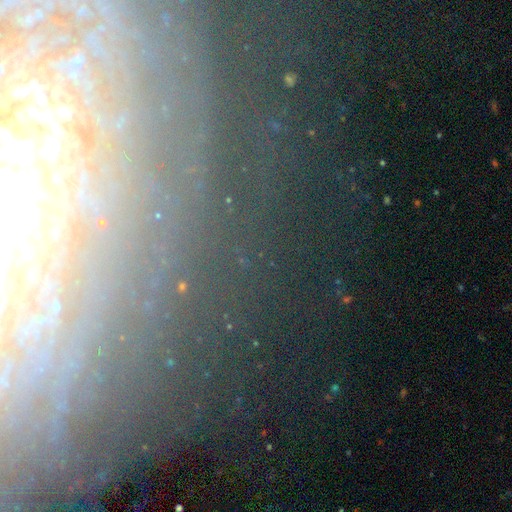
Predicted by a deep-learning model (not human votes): This is marginally a featured or disk galaxy (42%). Merging: likely none (80%).